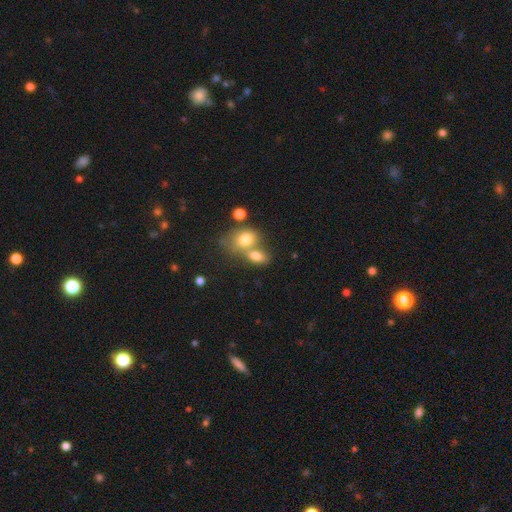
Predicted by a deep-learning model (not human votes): Morphology: type=smooth (77%); roundness=in between (76%); merging=merger (56%).